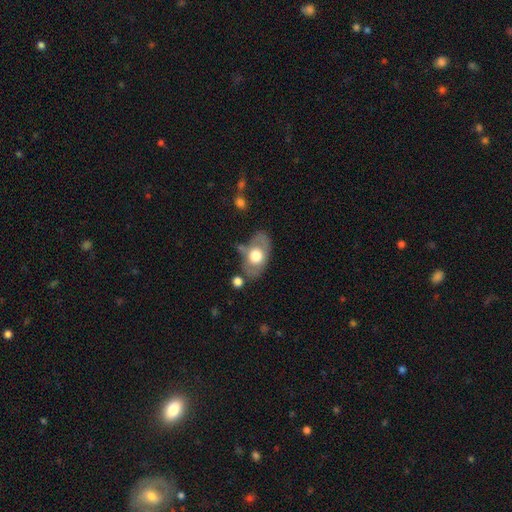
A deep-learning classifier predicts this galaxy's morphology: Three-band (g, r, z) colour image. It shows a smooth galaxy with no disk features (54%) that is in between round and cigar-shaped (87%). Merging: none (59%).